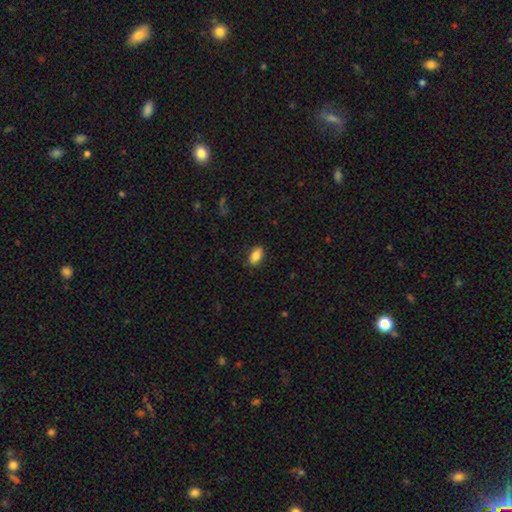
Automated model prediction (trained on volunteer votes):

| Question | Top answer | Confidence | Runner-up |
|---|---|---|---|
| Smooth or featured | smooth | 85% | star or artifact (8%) |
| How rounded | in between | 91% | round (5%) |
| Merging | none | 86% | minor disturbance (10%) |